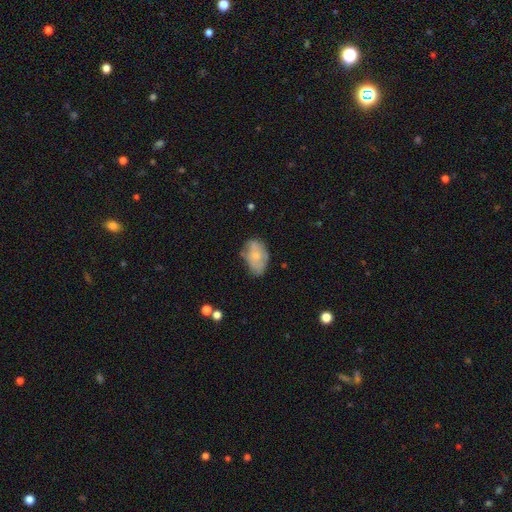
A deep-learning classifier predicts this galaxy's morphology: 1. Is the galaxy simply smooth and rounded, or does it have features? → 56% smooth, 37% featured or disk, 7% star or artifact.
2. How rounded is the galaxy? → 87% in between, 12% round, 1% cigar-shaped.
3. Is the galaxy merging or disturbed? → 55% none, 31% minor disturbance, 10% major disturbance, 4% merger.